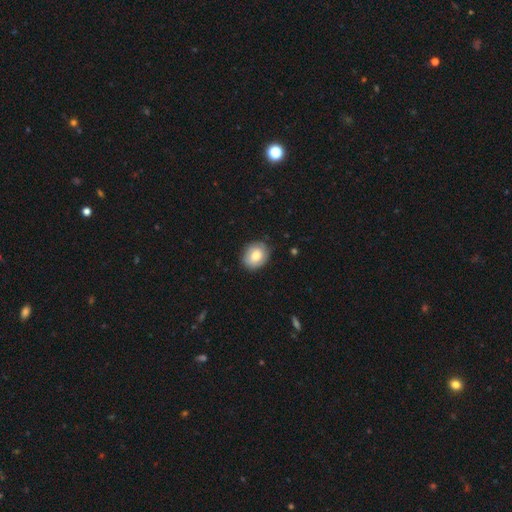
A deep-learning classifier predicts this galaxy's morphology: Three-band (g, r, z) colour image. It shows a smooth galaxy with no disk features (71%) that is in between round and cigar-shaped (53%). Merging: none (77%).